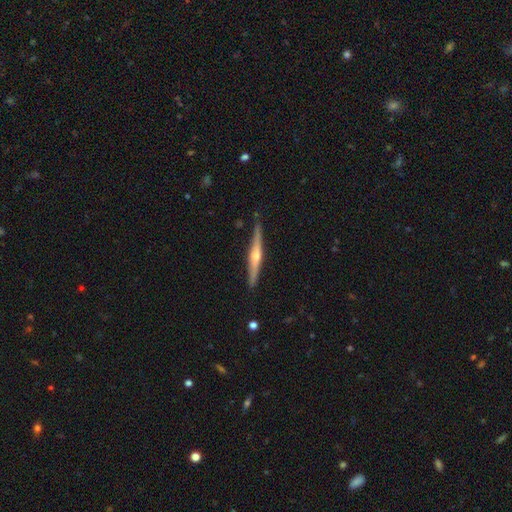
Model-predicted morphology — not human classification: type=featured or disk (73%); edge-on=yes (98%); edge-on bulge=rounded (83%); merging=none (88%).